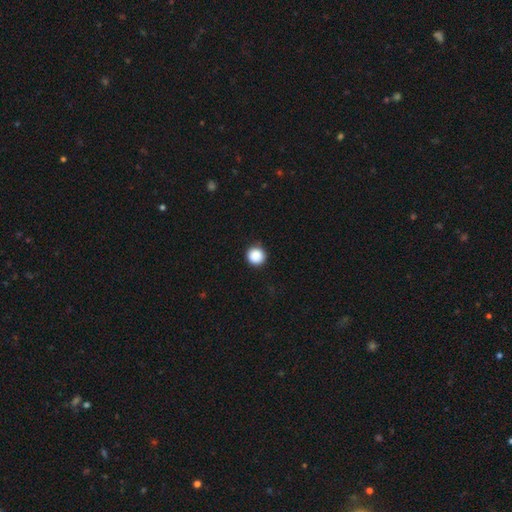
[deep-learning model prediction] smooth_or_featured: smooth (p=0.89) [alt: star or artifact p=0.09]
how_rounded: round (p=0.95) [alt: in between p=0.04]
merging: none (p=0.90) [alt: minor disturbance p=0.07]